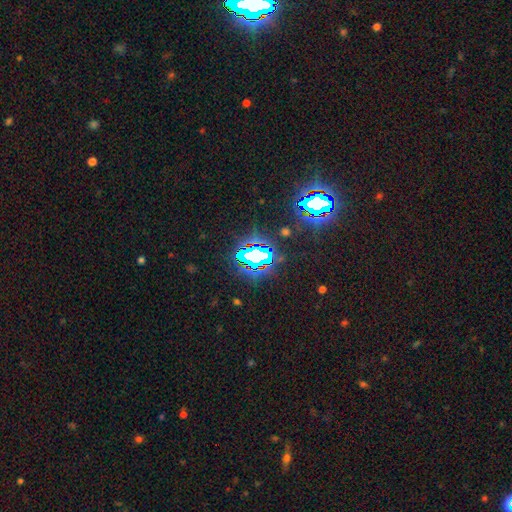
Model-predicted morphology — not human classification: smooth-or-featured: star or artifact: 70% | smooth: 18% | featured or disk: 12%